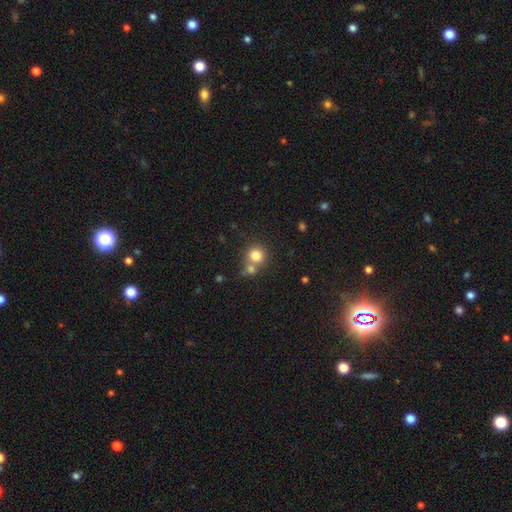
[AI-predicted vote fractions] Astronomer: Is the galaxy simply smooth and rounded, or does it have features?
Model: smooth — 79%.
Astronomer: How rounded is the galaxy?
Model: round — 90%.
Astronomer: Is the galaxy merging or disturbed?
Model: none — 57% (runner-up: merger, 32%).